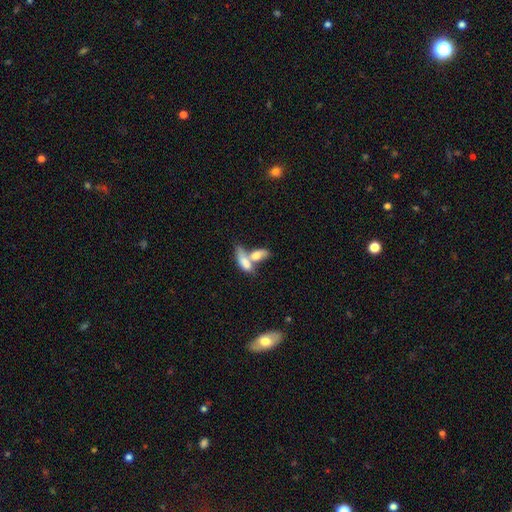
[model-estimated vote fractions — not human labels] smooth-or-featured: smooth: 63% | featured or disk: 27% | star or artifact: 10%
  how-rounded: in between: 69% | cigar-shaped: 23% | round: 8%
  merging: merger: 61% | none: 24% | minor disturbance: 8% | major disturbance: 7%